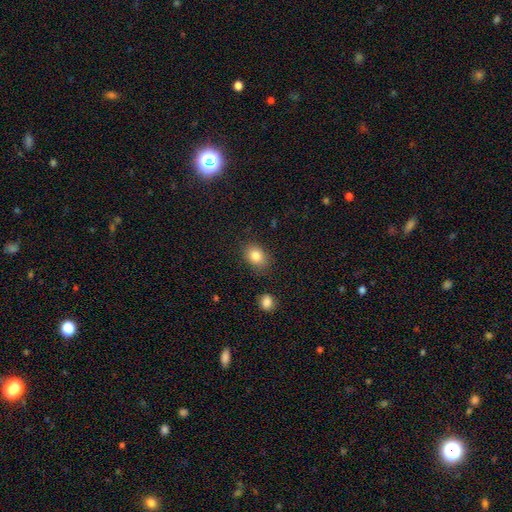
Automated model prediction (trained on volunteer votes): Q: Smooth or featured?
A: smooth (84%); runner-up: star or artifact (9%)
Q: How rounded?
A: in between (63%); runner-up: round (36%)
Q: Merging?
A: none (81%); runner-up: minor disturbance (13%)